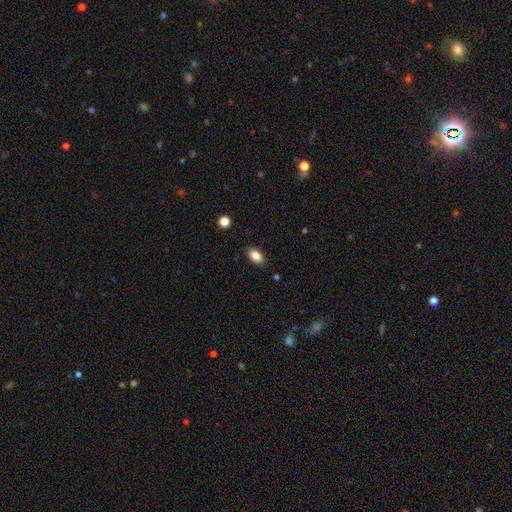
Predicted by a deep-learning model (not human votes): Smooth or featured: smooth — 86% (star or artifact — 8%)
How rounded: in between — 92% (round — 5%)
Merging: none — 87% (minor disturbance — 9%)